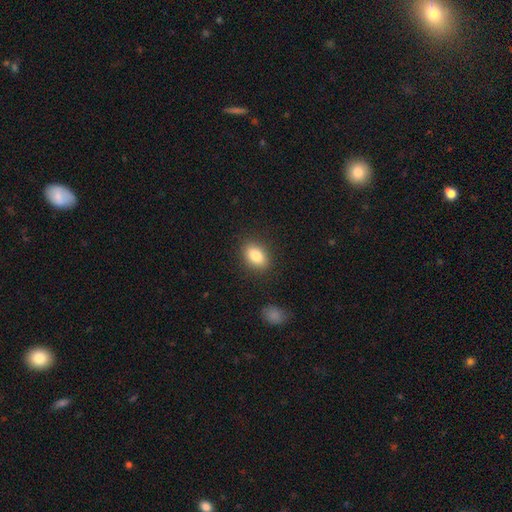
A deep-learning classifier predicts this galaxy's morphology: Smooth or featured?
  - smooth: 84% *
  - featured or disk: 8%
  - star or artifact: 8%
How rounded?
  - in between: 84% *
  - round: 14%
  - cigar-shaped: 2%
Merging?
  - none: 87% *
  - minor disturbance: 9%
  - major disturbance: 3%
  - merger: 2%